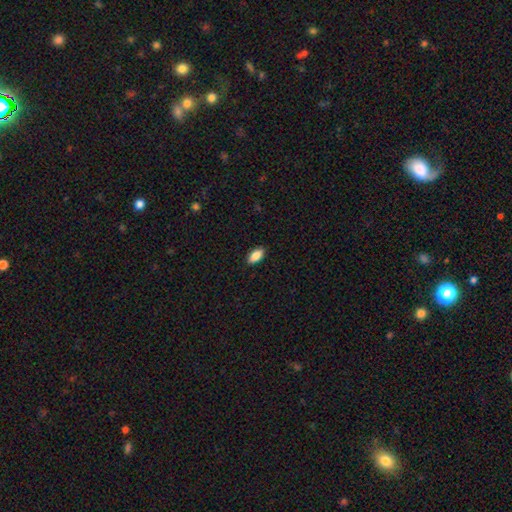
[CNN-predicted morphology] A smooth galaxy with no disk features (88%) that is in between round and cigar-shaped (90%). Merging: none (89%).